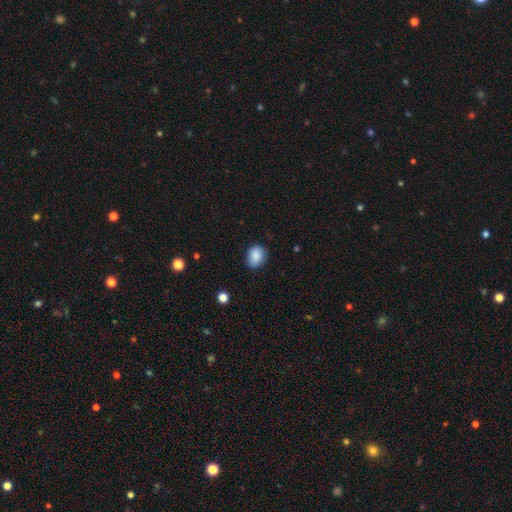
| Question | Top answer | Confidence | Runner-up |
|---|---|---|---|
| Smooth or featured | smooth | 95% | featured or disk (3%) |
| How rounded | in between | 61% | round (36%) |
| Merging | none | 84% | minor disturbance (14%) |